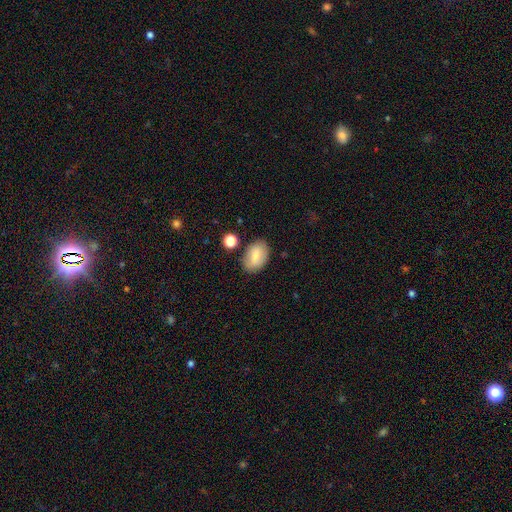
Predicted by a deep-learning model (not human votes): Smooth or featured?
  - smooth: 74% *
  - featured or disk: 18%
  - star or artifact: 8%
How rounded?
  - in between: 87% *
  - round: 11%
  - cigar-shaped: 1%
Merging?
  - none: 78% *
  - minor disturbance: 14%
  - merger: 5%
  - major disturbance: 4%